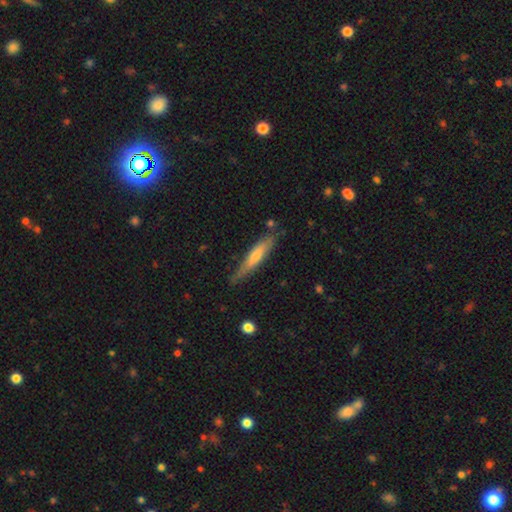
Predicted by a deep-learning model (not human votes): smooth_or_featured: smooth (p=0.52) [alt: featured or disk p=0.42]
how_rounded: cigar-shaped (p=0.89) [alt: in between p=0.09]
merging: none (p=0.75) [alt: minor disturbance p=0.19]